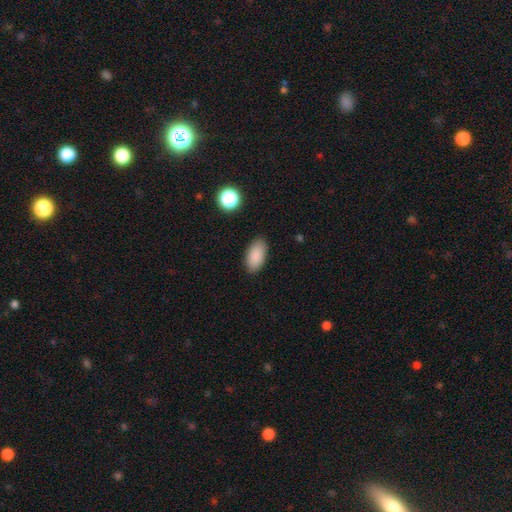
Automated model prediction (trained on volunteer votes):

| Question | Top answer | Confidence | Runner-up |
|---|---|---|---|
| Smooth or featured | smooth | 88% | star or artifact (8%) |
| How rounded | in between | 94% | cigar-shaped (3%) |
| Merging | none | 88% | minor disturbance (9%) |